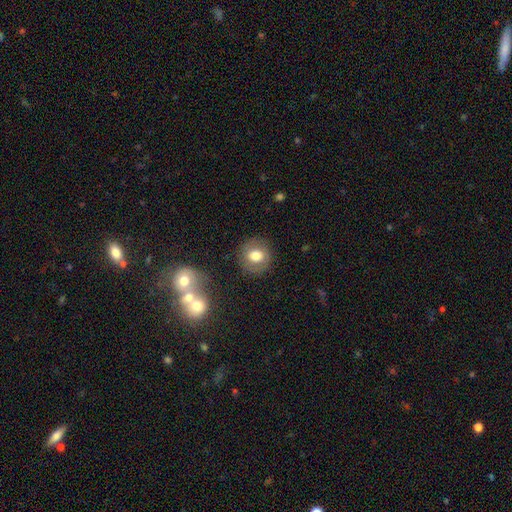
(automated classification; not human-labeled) smooth_or_featured: smooth (p=0.69) [alt: featured or disk p=0.22]
how_rounded: round (p=0.87) [alt: in between p=0.12]
merging: none (p=0.84) [alt: minor disturbance p=0.10]